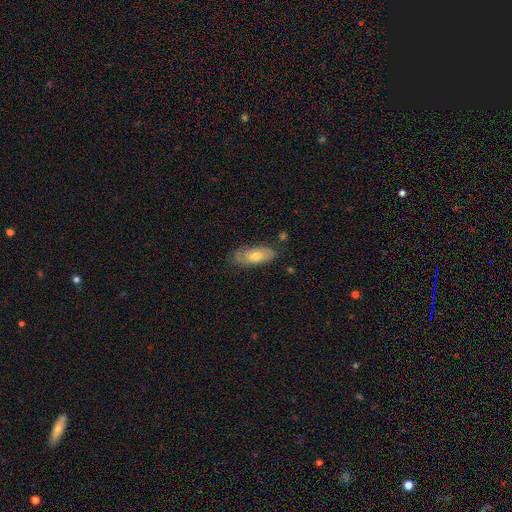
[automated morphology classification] type=smooth (53%); roundness=in between (80%); merging=none (74%).